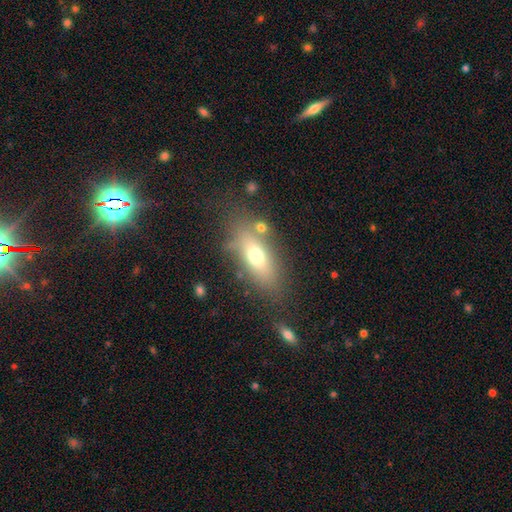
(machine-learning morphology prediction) This is likely a smooth galaxy (65%). How rounded: likely in between (75%). Merging: likely none (68%).